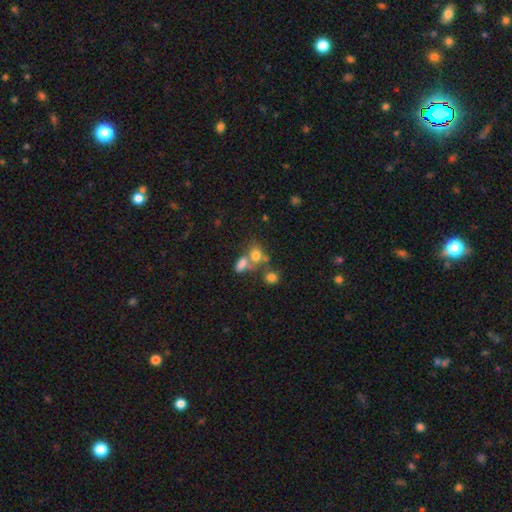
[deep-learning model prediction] Q: Smooth or featured?
A: smooth (70%); runner-up: star or artifact (15%)
Q: How rounded?
A: in between (50%); runner-up: round (48%)
Q: Merging?
A: merger (45%); runner-up: none (37%)